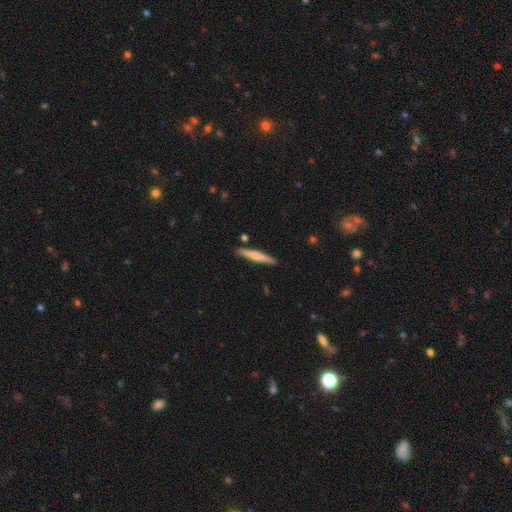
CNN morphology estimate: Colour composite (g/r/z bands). It shows a smooth galaxy with no disk features (57%) that is cigar-shaped (93%). Merging: none (86%).